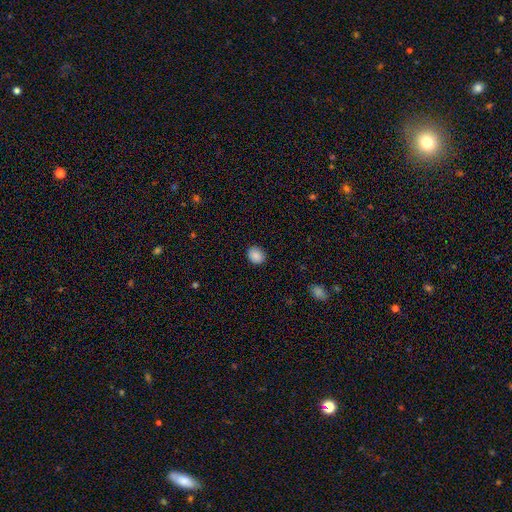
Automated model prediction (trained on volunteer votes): Overall: smooth (88%). How rounded: round (60%; in between 39%). Merging: none (89%).